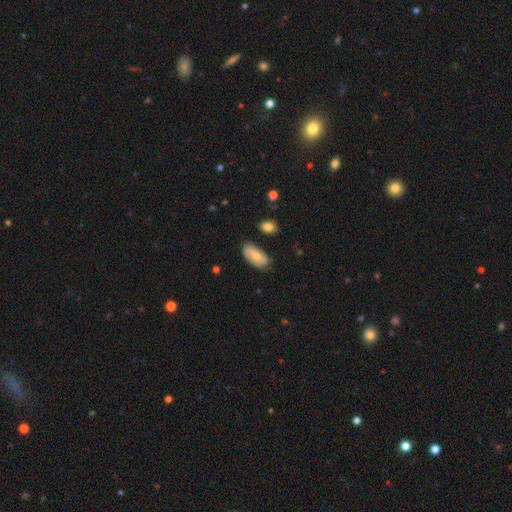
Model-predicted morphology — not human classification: Smooth or featured?
  - smooth: 49% *
  - featured or disk: 44%
  - star or artifact: 7%
Merging?
  - none: 73% *
  - minor disturbance: 20%
  - major disturbance: 5%
  - merger: 2%